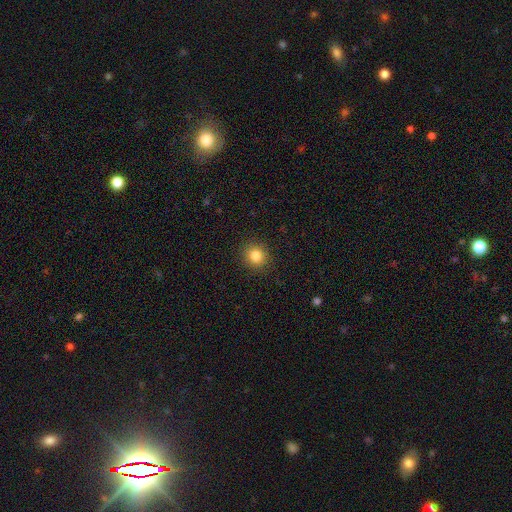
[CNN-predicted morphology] type=smooth (83%); roundness=round (87%); merging=none (91%).